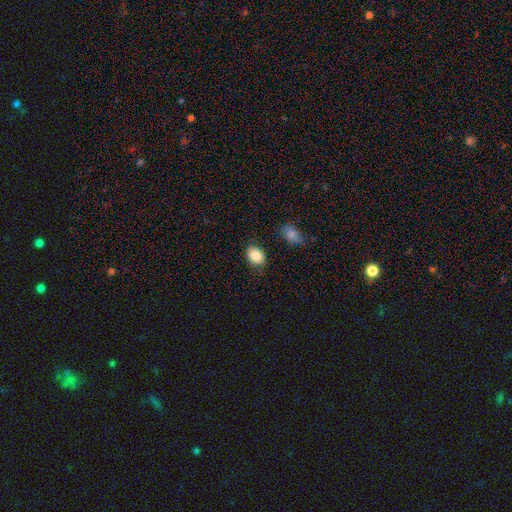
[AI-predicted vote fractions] Smooth or featured: smooth — 85% (star or artifact — 8%)
How rounded: in between — 72% (round — 27%)
Merging: none — 81% (minor disturbance — 13%)